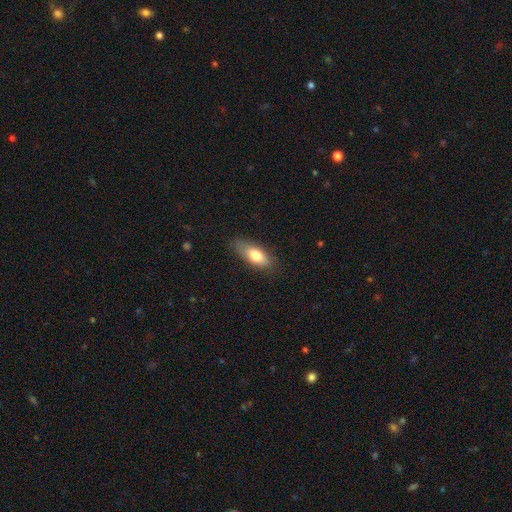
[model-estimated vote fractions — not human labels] This is likely a smooth galaxy (74%). How rounded: likely in between (77%). Merging: likely none (77%).